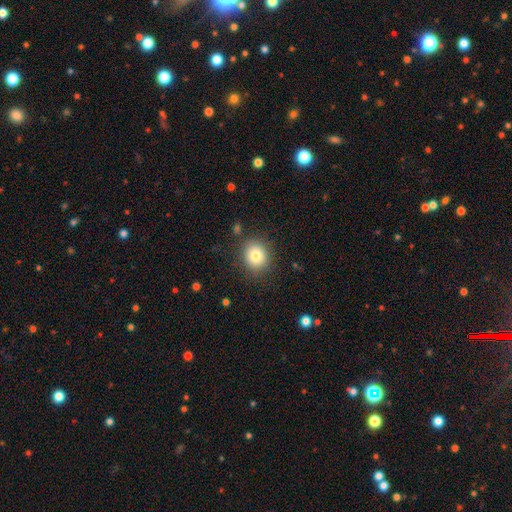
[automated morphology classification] The model was most divided on "how rounded": round: 79%, in between: 21%, cigar-shaped: 1%. More confident: merging — none (85%); smooth or featured — smooth (80%).